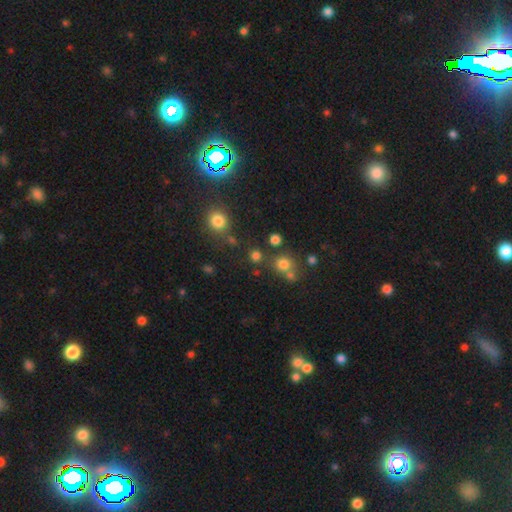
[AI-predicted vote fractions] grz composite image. It shows a smooth galaxy with no disk features (74%) that is round (88%). Merging: none (73%).